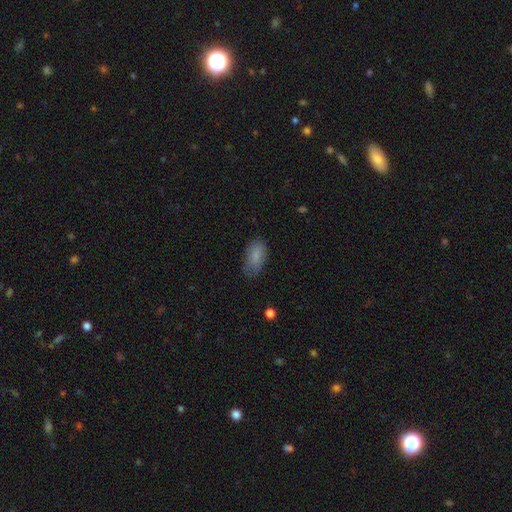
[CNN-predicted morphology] Q: Smooth or featured?
A: smooth (80%); runner-up: featured or disk (13%)
Q: How rounded?
A: in between (90%); runner-up: cigar-shaped (6%)
Q: Merging?
A: none (67%); runner-up: minor disturbance (25%)